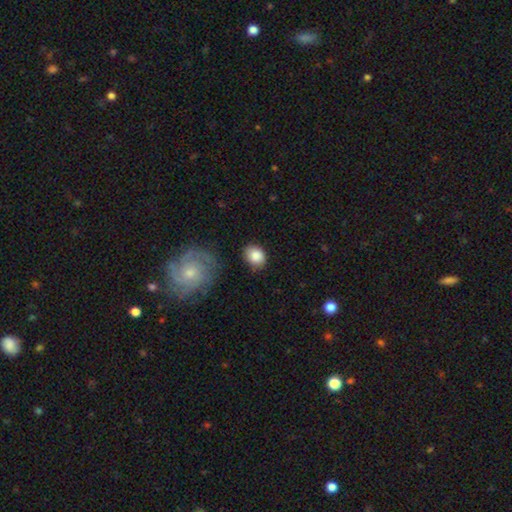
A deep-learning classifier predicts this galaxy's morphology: Smooth or featured?
  - smooth: 86% *
  - featured or disk: 7%
  - star or artifact: 7%
How rounded?
  - round: 50% *
  - in between: 49%
  - cigar-shaped: 1%
Merging?
  - none: 74% *
  - minor disturbance: 19%
  - major disturbance: 5%
  - merger: 3%